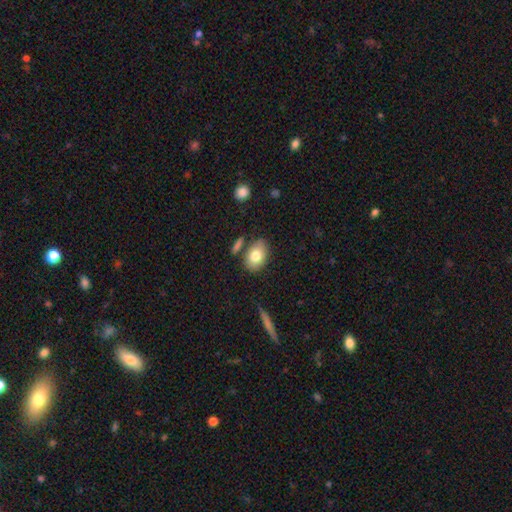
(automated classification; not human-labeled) This appears to be a smooth galaxy with no disk features (78%) that is in between round and cigar-shaped (83%). Merging: none (75%).